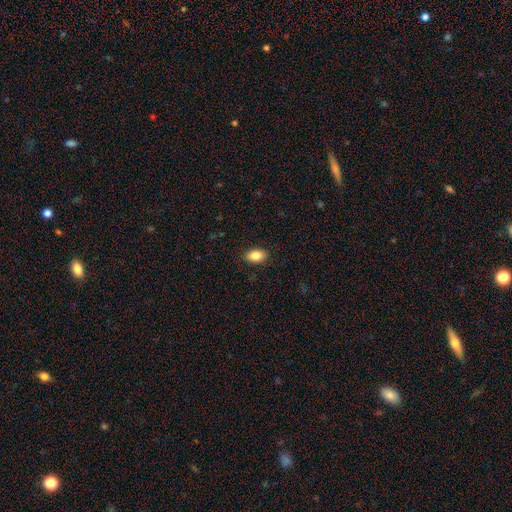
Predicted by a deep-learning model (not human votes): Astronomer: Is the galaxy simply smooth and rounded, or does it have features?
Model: smooth — 85%.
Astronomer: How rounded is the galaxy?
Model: in between — 91%.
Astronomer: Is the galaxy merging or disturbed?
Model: none — 89%.